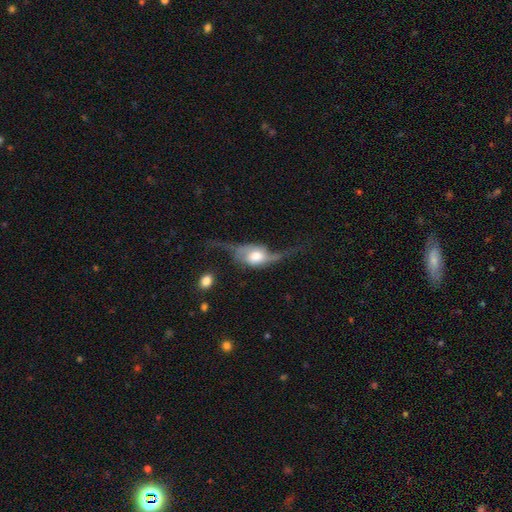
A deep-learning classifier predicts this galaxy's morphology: Smooth or featured: featured or disk — 73% (smooth — 20%)
Edge-on disk: no — 71% (yes — 29%)
Bar: no — 65% (weak — 27%)
Spiral arms: yes — 81% (no — 19%)
Bulge size: moderate — 45% (large — 34%)
Merging: major disturbance — 40% (none — 33%)